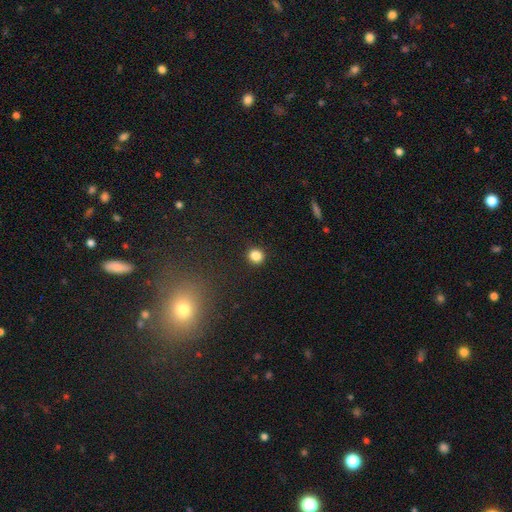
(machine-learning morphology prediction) Smooth or featured?
  - smooth: 85% *
  - star or artifact: 12%
  - featured or disk: 4%
How rounded?
  - round: 89% *
  - in between: 10%
  - cigar-shaped: 1%
Merging?
  - none: 92% *
  - minor disturbance: 5%
  - major disturbance: 2%
  - merger: 1%